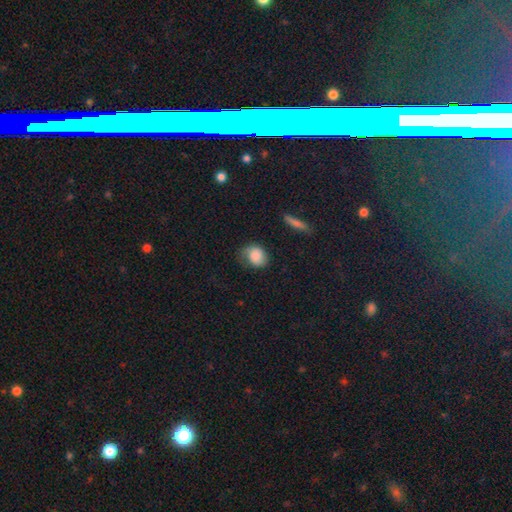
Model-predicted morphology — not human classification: Overall: smooth (79%). How rounded: round (52%; in between 46%). Merging: none (48%; minor disturbance 33%).